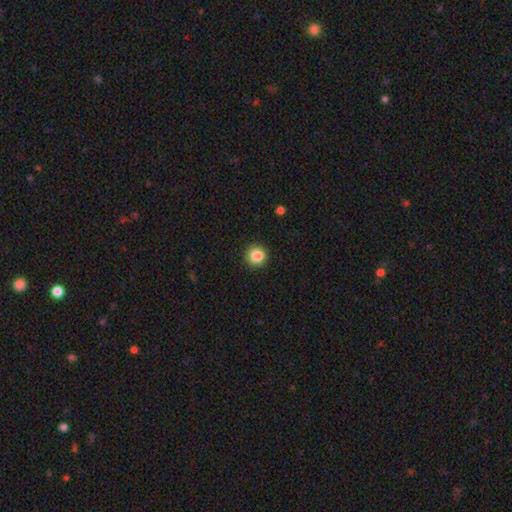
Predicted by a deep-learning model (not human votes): A smooth galaxy with no disk features (85%) that is round (89%). Merging: none (88%).